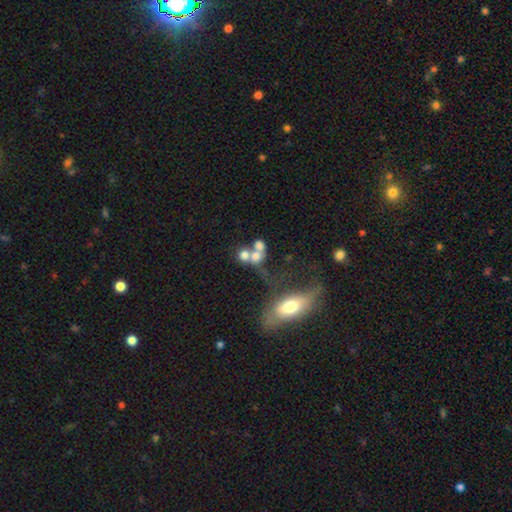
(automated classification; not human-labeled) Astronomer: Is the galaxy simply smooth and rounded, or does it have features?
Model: smooth — 64%.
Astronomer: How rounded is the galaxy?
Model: round — 66%.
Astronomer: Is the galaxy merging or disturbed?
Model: merger — 61%.